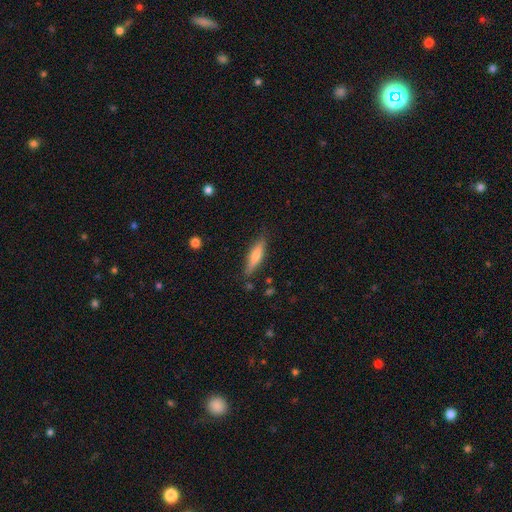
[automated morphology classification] Q: Smooth or featured?
A: smooth (59%); runner-up: featured or disk (35%)
Q: How rounded?
A: cigar-shaped (74%); runner-up: in between (24%)
Q: Merging?
A: none (84%); runner-up: minor disturbance (12%)